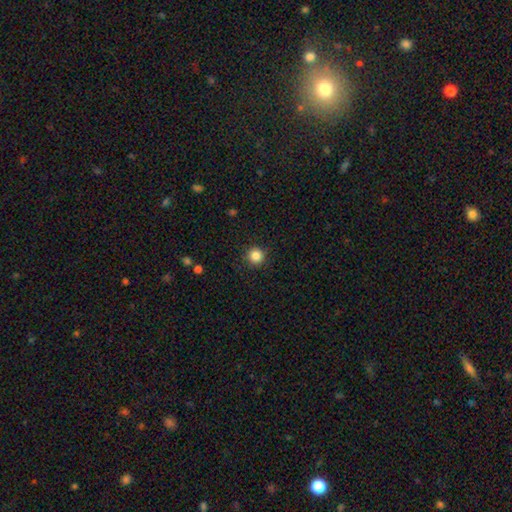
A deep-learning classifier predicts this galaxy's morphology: A smooth galaxy with no disk features (85%) that is round (95%).

Vote fractions:
- Smooth or featured? smooth: 85% / star or artifact: 11% / featured or disk: 4%
- How rounded? round: 95% / in between: 4% / cigar-shaped: 1%
- Merging? none: 90% / minor disturbance: 6% / major disturbance: 2% / merger: 1%